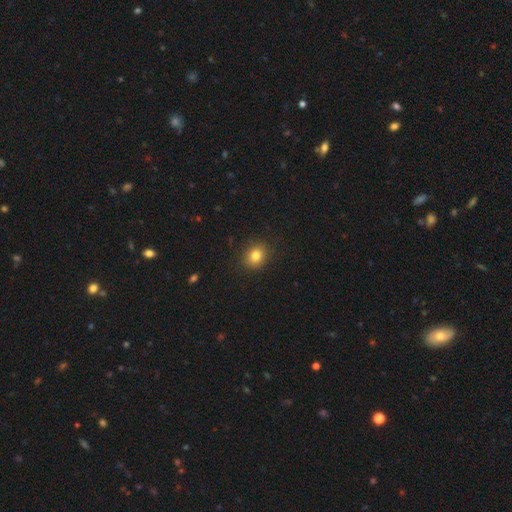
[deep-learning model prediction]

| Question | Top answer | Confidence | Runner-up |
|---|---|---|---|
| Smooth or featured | smooth | 81% | star or artifact (12%) |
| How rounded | round | 67% | in between (32%) |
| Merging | none | 88% | minor disturbance (8%) |